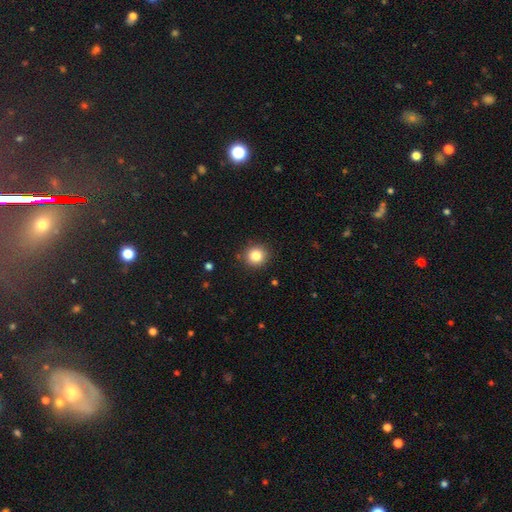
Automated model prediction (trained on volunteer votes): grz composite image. It shows a smooth galaxy with no disk features (83%) that is round (92%). Merging: none (90%).